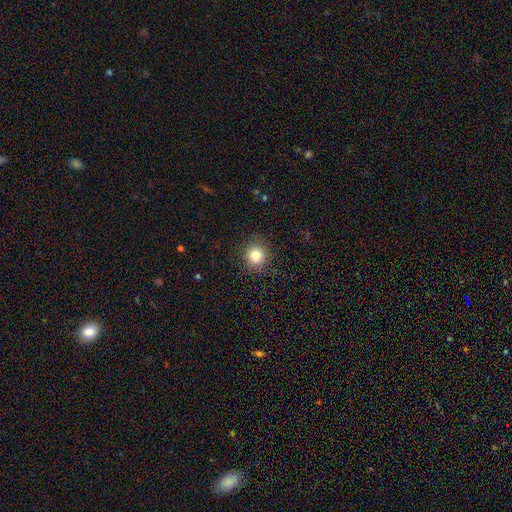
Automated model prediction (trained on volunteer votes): Morphology: type=smooth (81%); roundness=round (90%); merging=none (88%).